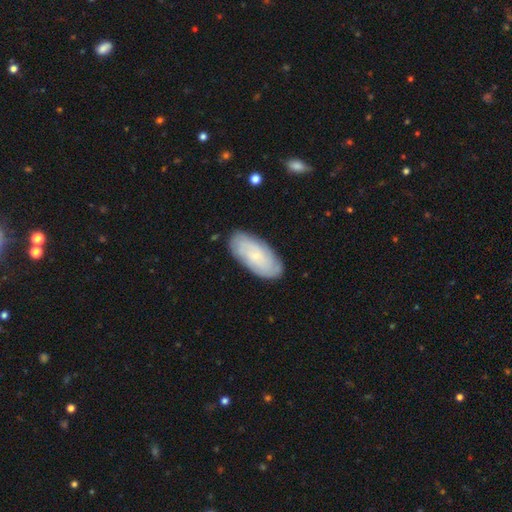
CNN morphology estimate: The model was most divided on "smooth or featured": featured or disk: 50%, smooth: 43%, star or artifact: 7%. More confident: edge-on disk — no (91%); merging — none (83%).